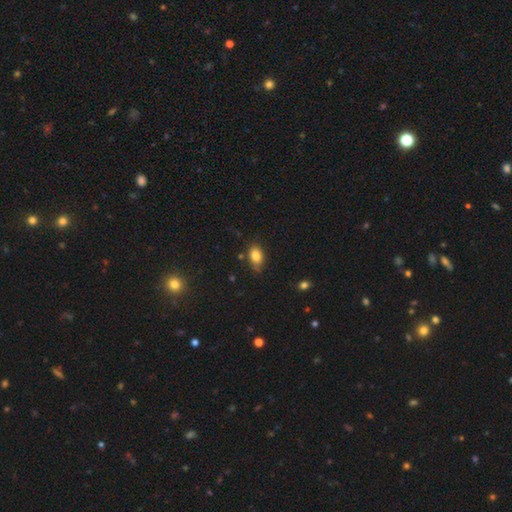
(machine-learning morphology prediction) Overall: smooth (82%). How rounded: in between (85%). Merging: none (71%).